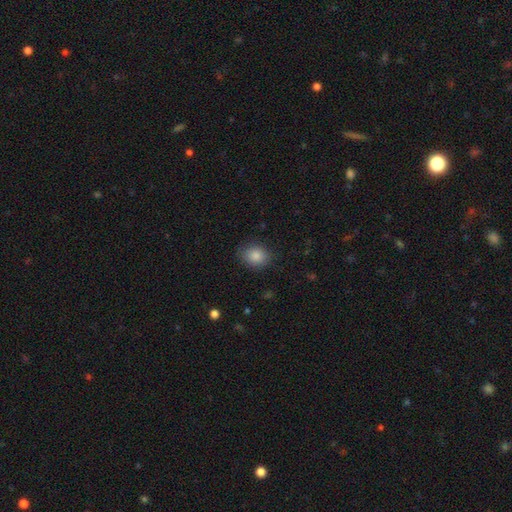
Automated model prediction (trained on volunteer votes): Morphology: type=smooth (86%); roundness=round (58%); merging=none (85%).